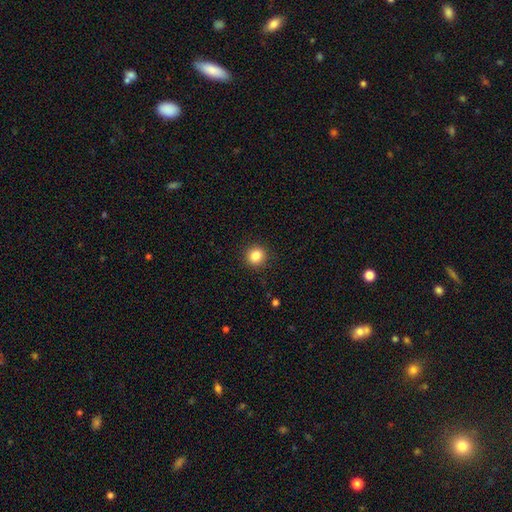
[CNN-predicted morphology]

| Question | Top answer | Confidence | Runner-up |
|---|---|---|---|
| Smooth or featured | smooth | 84% | star or artifact (11%) |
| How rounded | round | 91% | in between (8%) |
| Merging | none | 91% | minor disturbance (6%) |